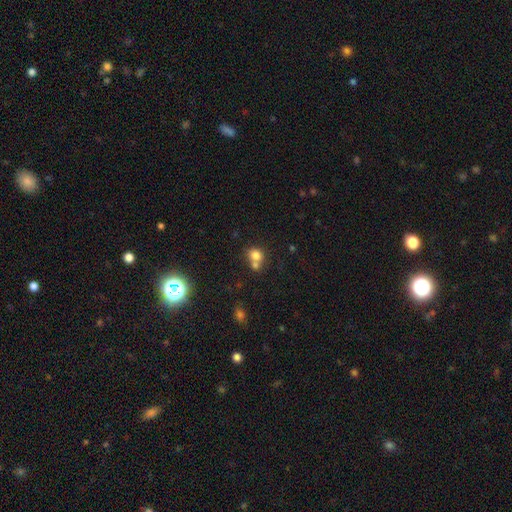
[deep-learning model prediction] Smooth or featured? smooth (77%)
How rounded? round (69%)
Merging? merger (49%)